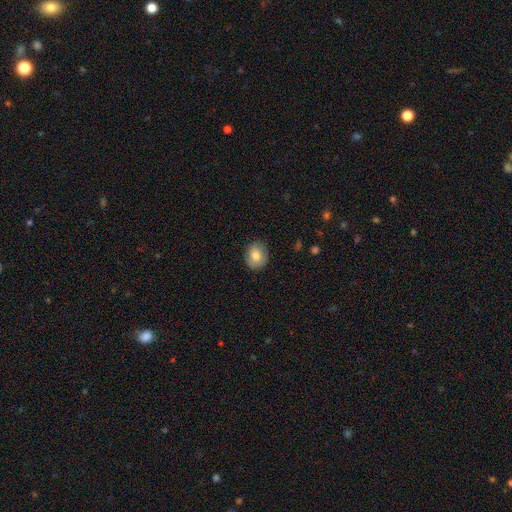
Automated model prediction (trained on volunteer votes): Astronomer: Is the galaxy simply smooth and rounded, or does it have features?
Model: smooth — 77%.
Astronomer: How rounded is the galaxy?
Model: round — 67%.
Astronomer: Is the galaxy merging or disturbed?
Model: none — 85%.